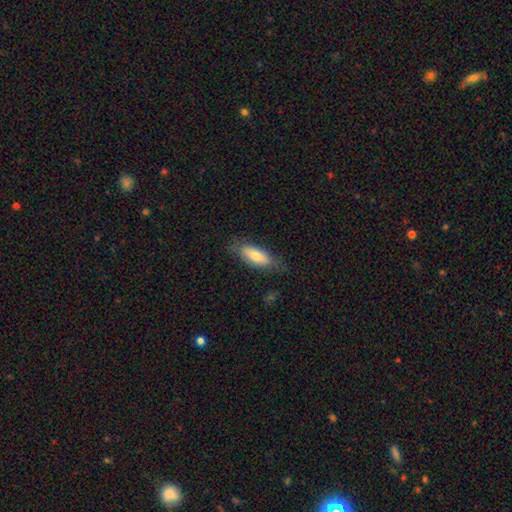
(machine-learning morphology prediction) Overall: smooth (72%). How rounded: in between (71%). Merging: none (73%).